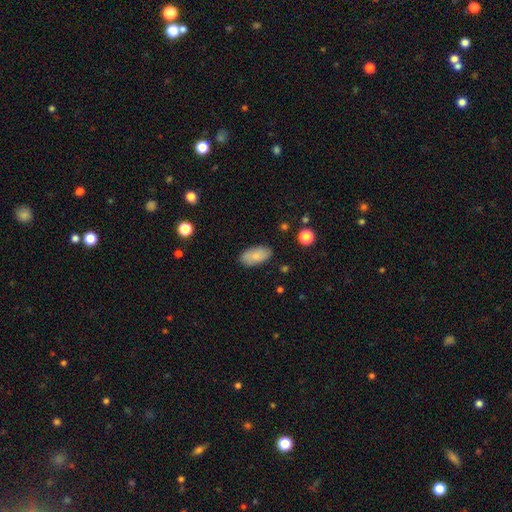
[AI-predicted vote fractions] A smooth galaxy with no disk features (81%) that is in between round and cigar-shaped (94%).

Vote fractions:
- Smooth or featured? smooth: 81% / featured or disk: 12% / star or artifact: 7%
- How rounded? in between: 94% / cigar-shaped: 3% / round: 3%
- Merging? none: 84% / minor disturbance: 12% / major disturbance: 3% / merger: 1%